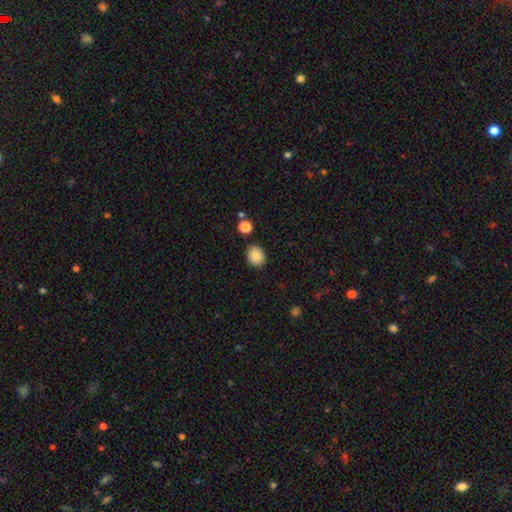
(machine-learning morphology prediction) Smooth or featured?
  - smooth: 87% *
  - star or artifact: 9%
  - featured or disk: 4%
How rounded?
  - round: 56% *
  - in between: 43%
  - cigar-shaped: 1%
Merging?
  - none: 84% *
  - minor disturbance: 11%
  - merger: 3%
  - major disturbance: 3%